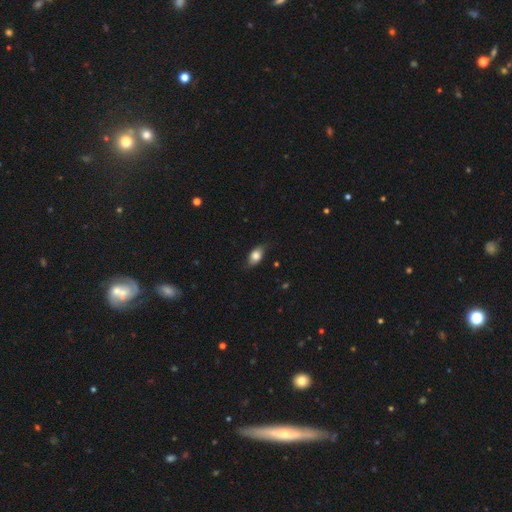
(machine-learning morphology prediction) type=smooth (77%); roundness=in between (86%); merging=none (77%).